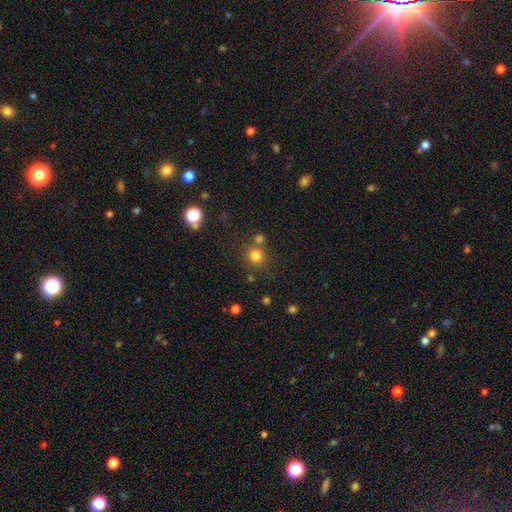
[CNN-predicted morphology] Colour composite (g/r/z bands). It shows a smooth galaxy with no disk features (79%) that is round (90%). Merging: none (70%).